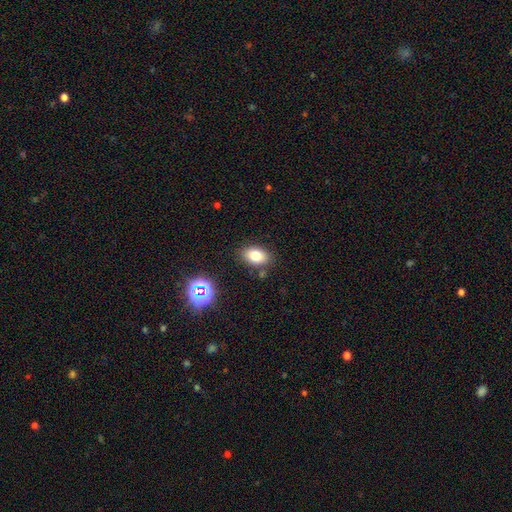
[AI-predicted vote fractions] Overall: smooth (79%). How rounded: in between (85%). Merging: none (83%).